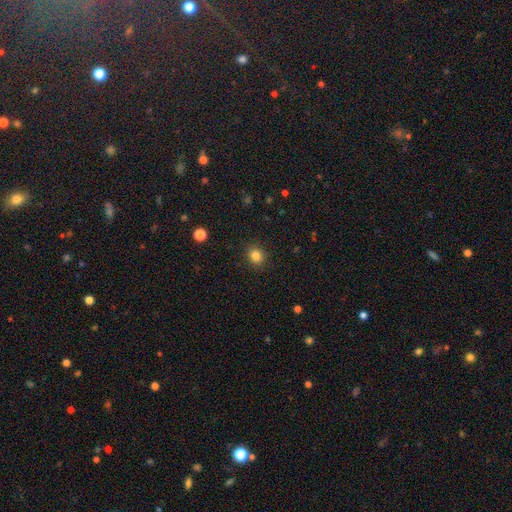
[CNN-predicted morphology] smooth_or_featured: smooth (p=0.84) [alt: star or artifact p=0.12]
how_rounded: round (p=0.77) [alt: in between p=0.22]
merging: none (p=0.89) [alt: minor disturbance p=0.07]